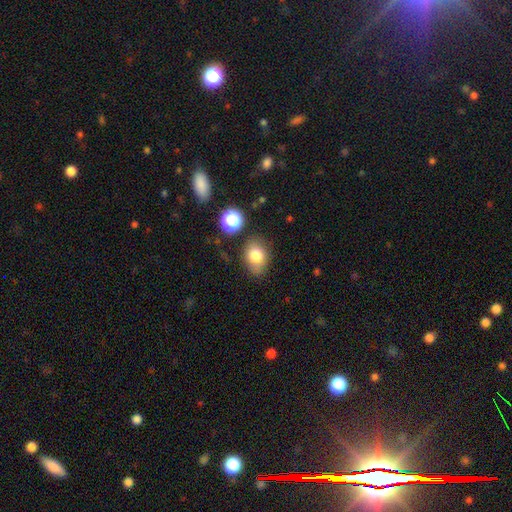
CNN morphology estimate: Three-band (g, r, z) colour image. It shows a smooth galaxy with no disk features (77%) that is in between round and cigar-shaped (66%). Merging: none (71%).